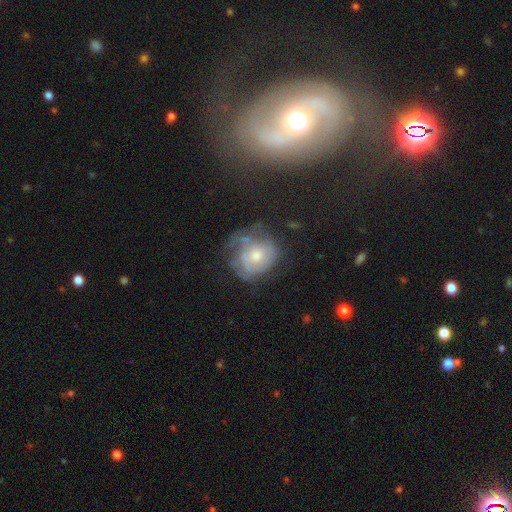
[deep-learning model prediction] The model was most divided on "smooth or featured": featured or disk: 50%, smooth: 40%, star or artifact: 10%. Remaining: merging — none (41%).